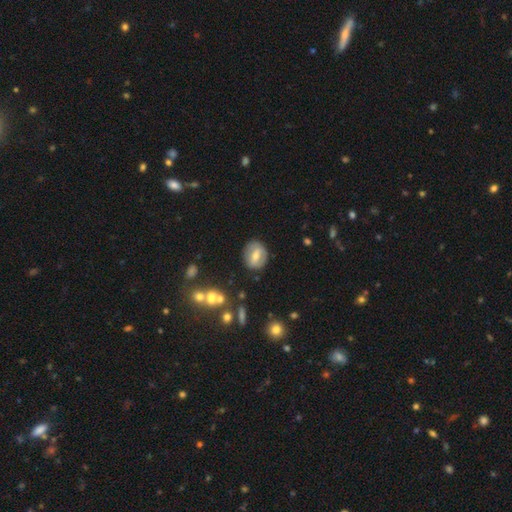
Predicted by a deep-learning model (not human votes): Smooth or featured: smooth — 51% (featured or disk — 42%)
How rounded: round — 55% (in between — 44%)
Merging: none — 82% (minor disturbance — 12%)